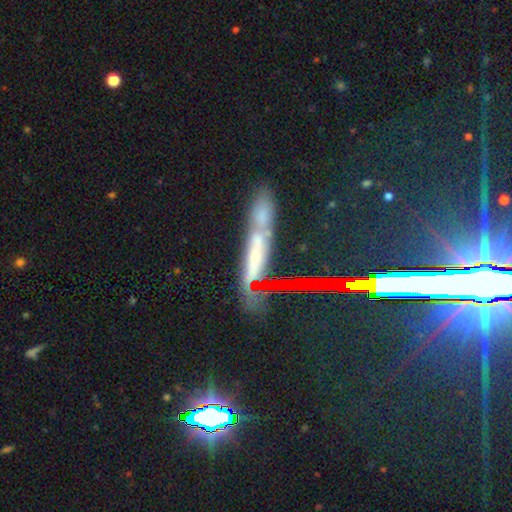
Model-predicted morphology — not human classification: Q: Smooth or featured?
A: featured or disk (37%); runner-up: star or artifact (32%)
Q: Merging?
A: none (51%); runner-up: merger (24%)